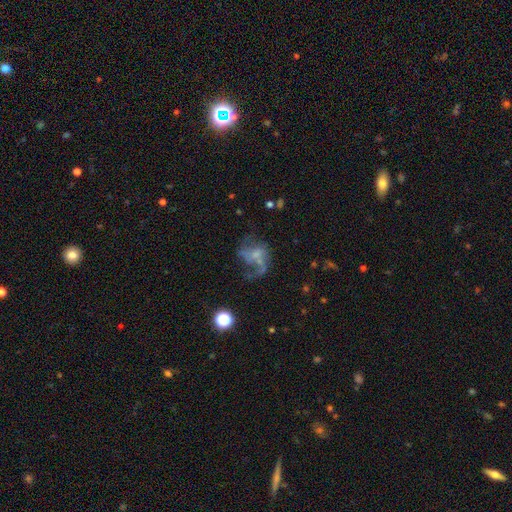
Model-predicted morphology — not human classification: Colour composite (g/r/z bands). It shows a featured or disk galaxy (60%) with no bar (68%), spiral arms (57%) and a small central bulge (38%). Merging: major disturbance (46%).